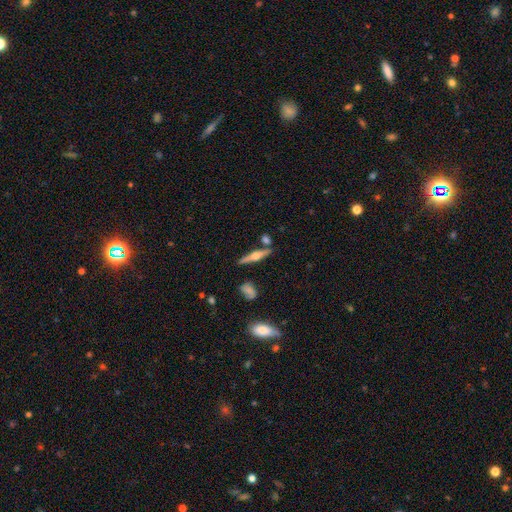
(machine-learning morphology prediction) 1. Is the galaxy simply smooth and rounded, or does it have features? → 68% featured or disk, 26% smooth, 6% star or artifact.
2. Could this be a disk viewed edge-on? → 97% yes, 3% no.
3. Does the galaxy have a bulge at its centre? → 91% rounded, 6% boxy, 3% none.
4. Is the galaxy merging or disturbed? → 79% none, 10% minor disturbance, 8% merger, 3% major disturbance.